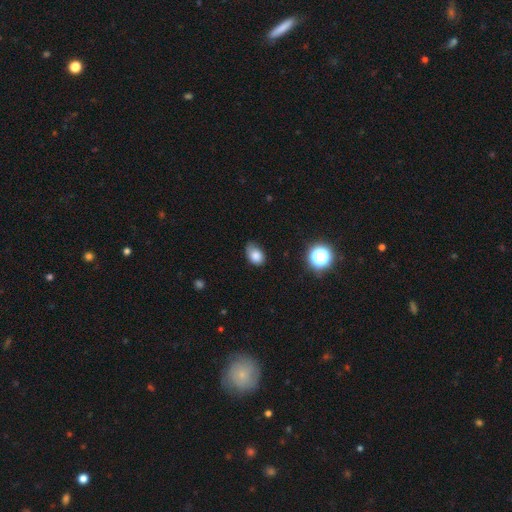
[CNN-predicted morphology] A smooth galaxy with no disk features (81%) that is in between round and cigar-shaped (75%). Merging: none (52%).